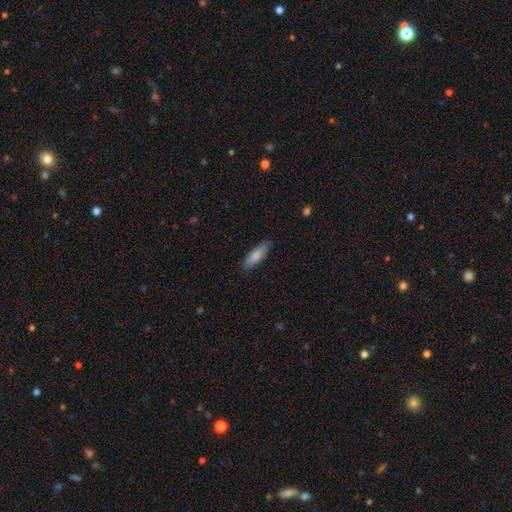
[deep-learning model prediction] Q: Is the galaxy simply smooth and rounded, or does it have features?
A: smooth — 83%.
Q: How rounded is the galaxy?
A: in between — 59%.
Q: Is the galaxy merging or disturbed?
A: none — 84%.